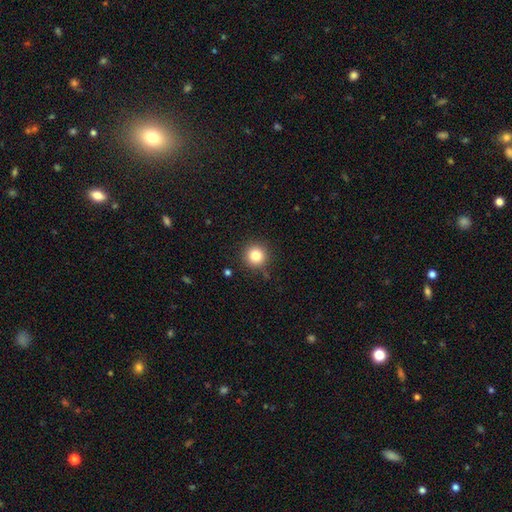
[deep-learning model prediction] Q: Smooth or featured?
A: smooth (82%); runner-up: star or artifact (12%)
Q: How rounded?
A: round (95%); runner-up: in between (4%)
Q: Merging?
A: none (88%); runner-up: minor disturbance (8%)